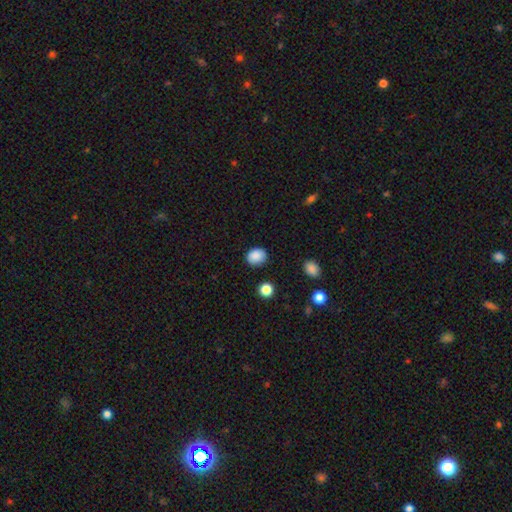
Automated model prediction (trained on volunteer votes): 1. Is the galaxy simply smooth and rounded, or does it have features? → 87% smooth, 9% star or artifact, 4% featured or disk.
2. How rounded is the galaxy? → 55% round, 44% in between, 1% cigar-shaped.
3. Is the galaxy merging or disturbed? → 84% none, 11% minor disturbance, 3% major disturbance, 2% merger.